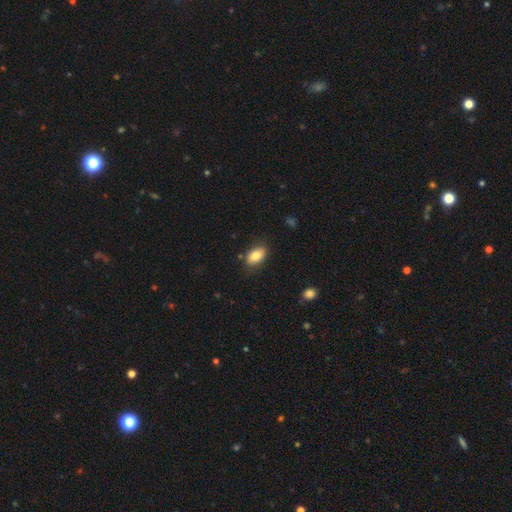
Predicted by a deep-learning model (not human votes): smooth 82%, featured or disk 11%, star or artifact 7%. Down the decision tree: how rounded — in between (90%); merging — none (81%).